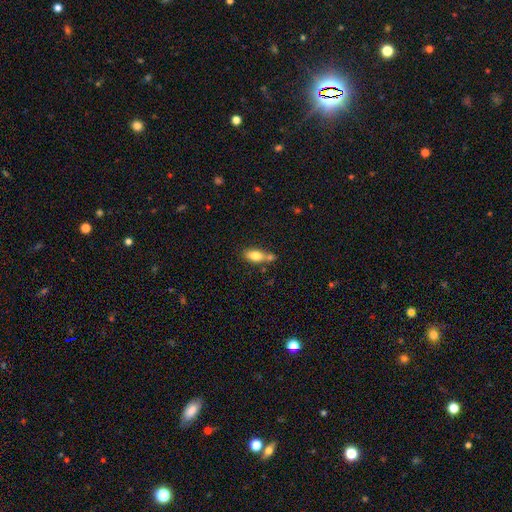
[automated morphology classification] smooth_or_featured: smooth (p=0.76) [alt: featured or disk p=0.16]
how_rounded: in between (p=0.82) [alt: cigar-shaped p=0.13]
merging: none (p=0.48) [alt: merger p=0.30]